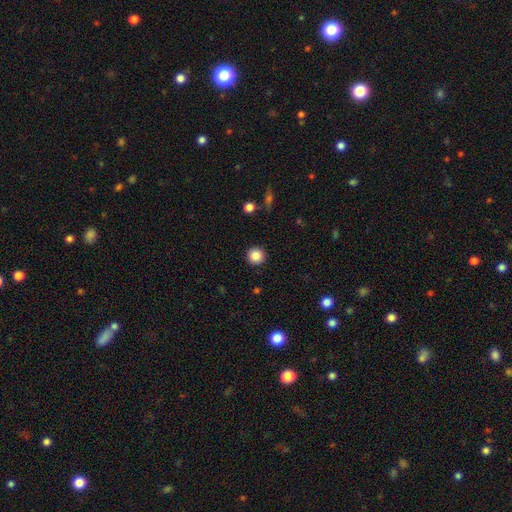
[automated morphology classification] Smooth or featured? Predicted: smooth (p=0.86). How rounded? Predicted: round (p=0.95). Merging? Predicted: none (p=0.92).